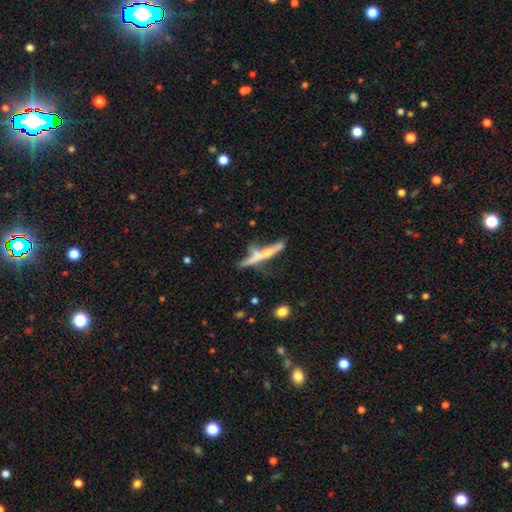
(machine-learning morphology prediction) A featured or disk galaxy (53%) viewed edge-on (86%). Merging: none (43%).